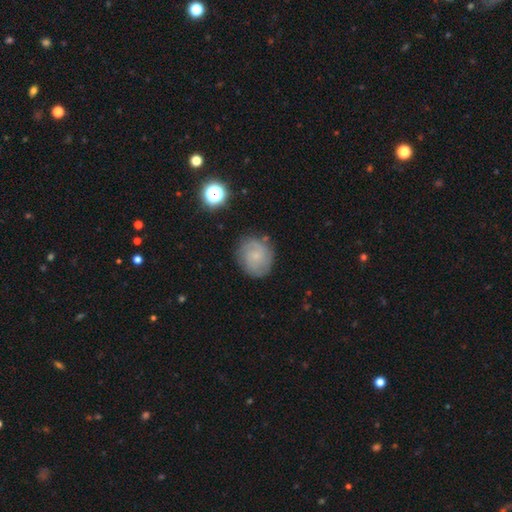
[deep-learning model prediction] A smooth galaxy with no disk features (49%).

Vote fractions:
- Smooth or featured? smooth: 49% / featured or disk: 41% / star or artifact: 10%
- Merging? none: 77% / minor disturbance: 16% / major disturbance: 5% / merger: 2%